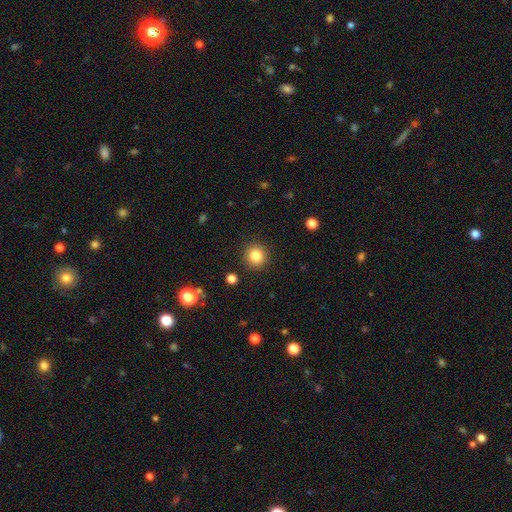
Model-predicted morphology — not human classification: smooth 82%, star or artifact 11%, featured or disk 6%. Down the decision tree: how rounded — round (93%); merging — none (91%).